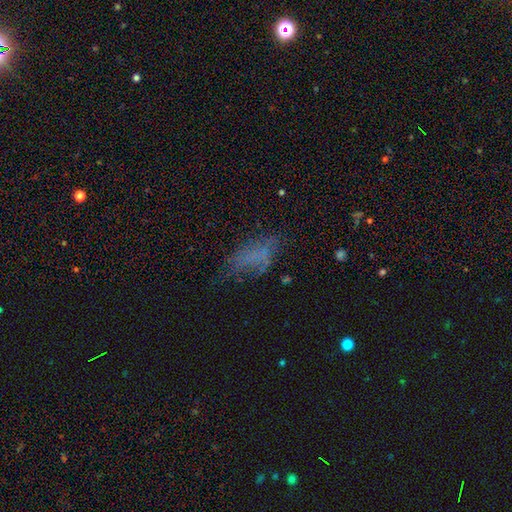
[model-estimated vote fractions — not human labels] A smooth galaxy with no disk features (47%). Merging: none (46%).